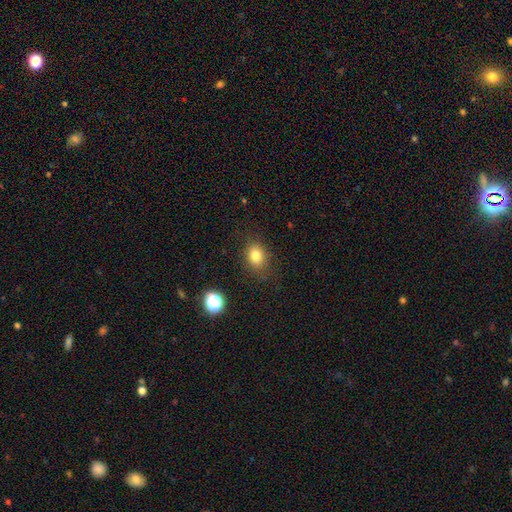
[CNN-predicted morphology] smooth_or_featured: smooth (p=0.80) [alt: star or artifact p=0.12]
how_rounded: in between (p=0.56) [alt: round p=0.43]
merging: none (p=0.83) [alt: minor disturbance p=0.12]